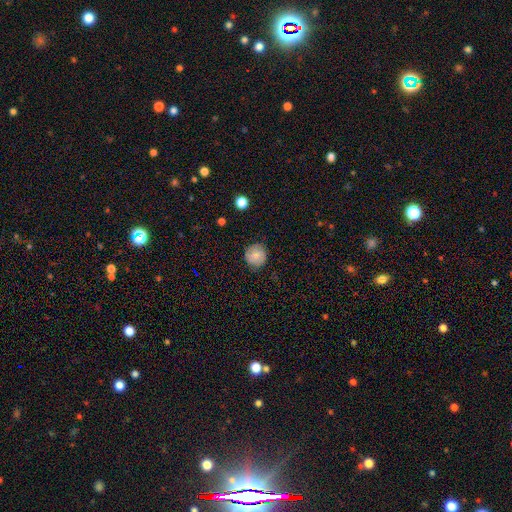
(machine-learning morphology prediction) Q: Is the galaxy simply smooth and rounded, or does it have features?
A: smooth — 70%.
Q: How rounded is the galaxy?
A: round — 92%.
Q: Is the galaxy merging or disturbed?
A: none — 82%.